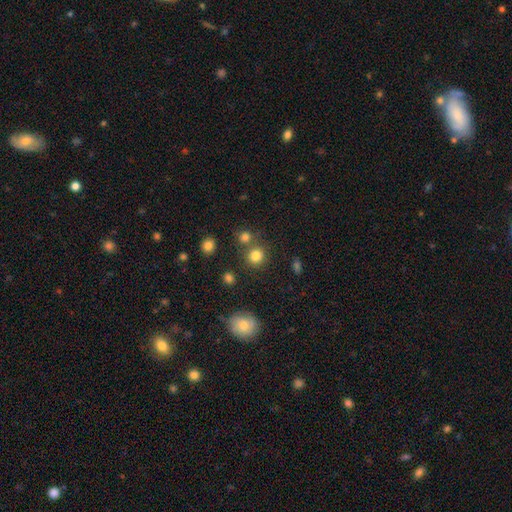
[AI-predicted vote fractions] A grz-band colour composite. It shows a smooth galaxy with no disk features (80%) that is round (89%). Merging: none (73%).